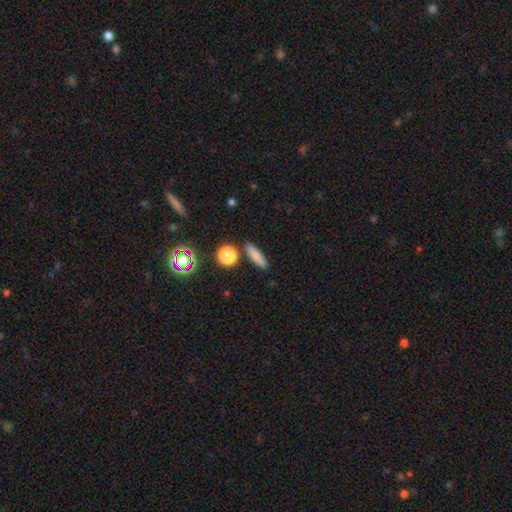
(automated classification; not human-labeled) Smooth or featured?
  - smooth: 79% *
  - star or artifact: 12%
  - featured or disk: 9%
How rounded?
  - cigar-shaped: 67% *
  - in between: 25%
  - round: 8%
Merging?
  - none: 86% *
  - minor disturbance: 8%
  - merger: 4%
  - major disturbance: 2%